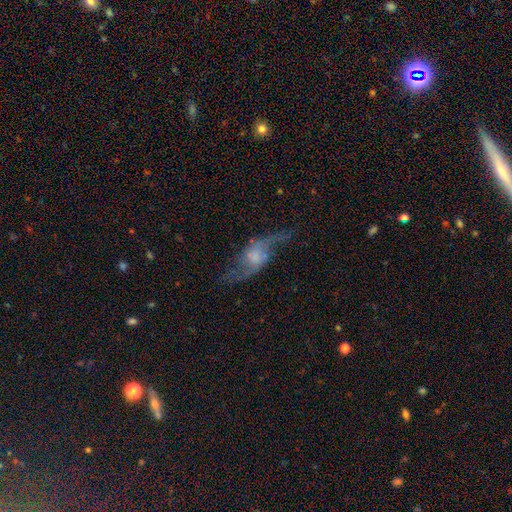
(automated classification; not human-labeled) The model was most divided on "bulge size": moderate: 34%, small: 29%, none: 21%, large: 13%, dominant: 3%. More confident: spiral arm count — 2 (91%); spiral arms — yes (90%); edge-on disk — no (87%); spiral winding — loose (79%); smooth or featured — featured or disk (78%); merging — none (61%); bar — no (55%).